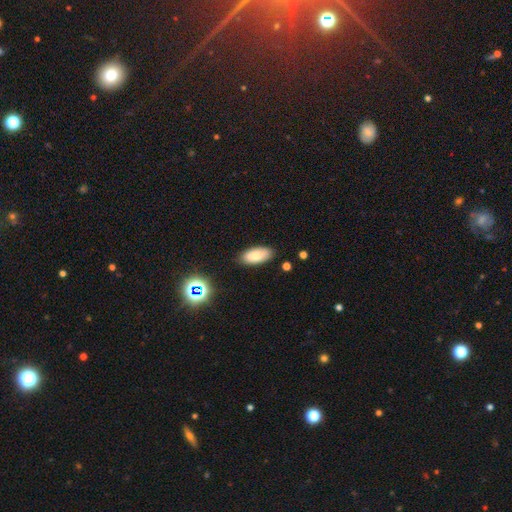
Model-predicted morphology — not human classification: The model was most divided on "smooth or featured": smooth: 81%, featured or disk: 10%, star or artifact: 9%. More confident: how rounded — in between (90%); merging — none (85%).